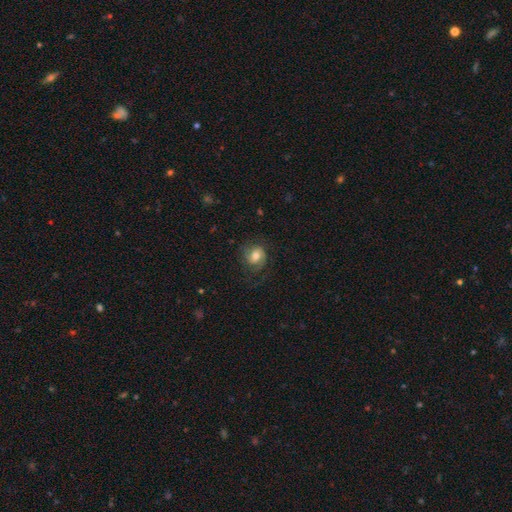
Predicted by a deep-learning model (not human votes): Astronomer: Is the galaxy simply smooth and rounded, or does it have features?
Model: featured or disk — 55% (runner-up: smooth, 37%).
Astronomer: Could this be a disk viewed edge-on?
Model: no — 97%.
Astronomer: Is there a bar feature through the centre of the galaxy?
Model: no — 52% (runner-up: weak, 39%).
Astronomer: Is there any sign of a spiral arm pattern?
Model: yes — 89%.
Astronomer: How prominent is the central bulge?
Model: moderate — 61%.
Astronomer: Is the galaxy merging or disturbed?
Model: none — 65%.